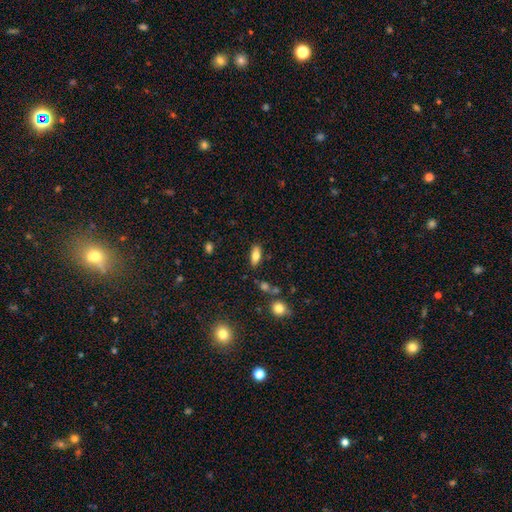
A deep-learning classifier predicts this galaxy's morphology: Smooth or featured?
  - smooth: 74% *
  - featured or disk: 17%
  - star or artifact: 8%
How rounded?
  - in between: 80% *
  - cigar-shaped: 17%
  - round: 3%
Merging?
  - none: 82% *
  - minor disturbance: 11%
  - merger: 4%
  - major disturbance: 3%